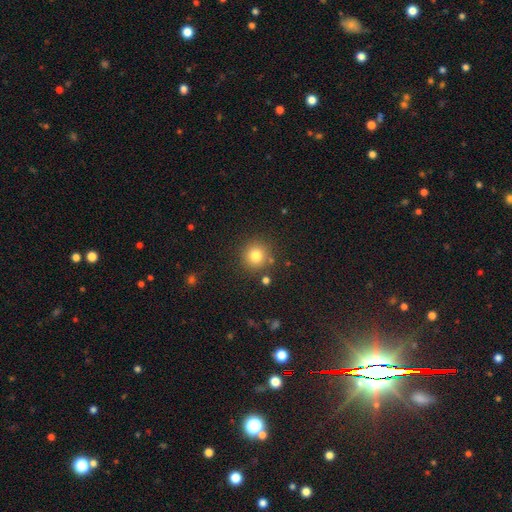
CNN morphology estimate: Smooth or featured: smooth — 79% (star or artifact — 13%)
How rounded: round — 93% (in between — 6%)
Merging: none — 85% (minor disturbance — 8%)